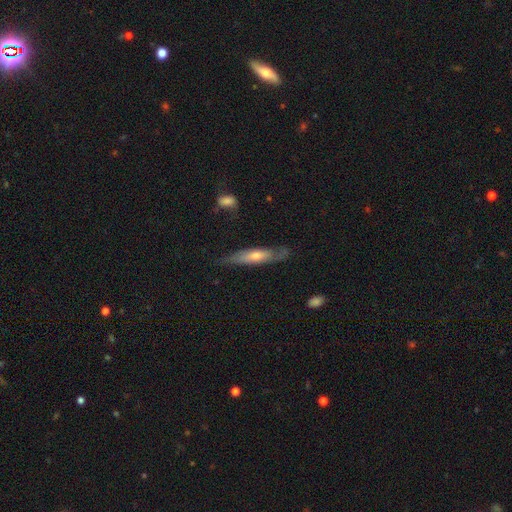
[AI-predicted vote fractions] featured or disk 61%, smooth 31%, star or artifact 8%. Down the decision tree: edge-on disk — yes (67%); merging — none (72%).